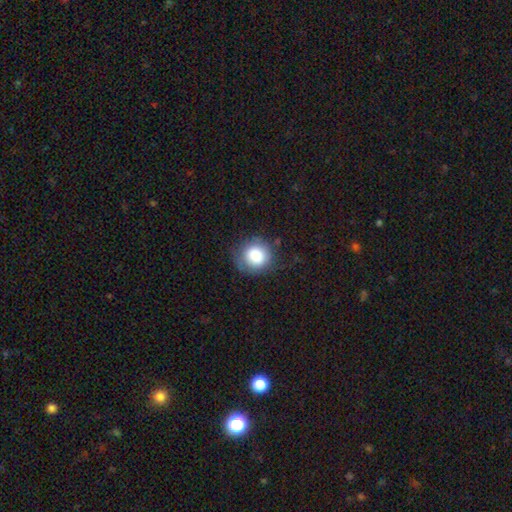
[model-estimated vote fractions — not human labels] smooth 81%, featured or disk 10%, star or artifact 9%. Down the decision tree: how rounded — round (89%); merging — none (72%).